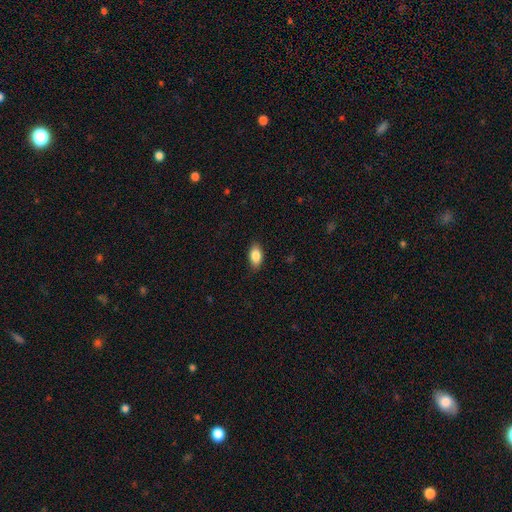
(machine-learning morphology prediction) Smooth or featured?
  - smooth: 85% *
  - featured or disk: 7%
  - star or artifact: 7%
How rounded?
  - in between: 90% *
  - round: 6%
  - cigar-shaped: 4%
Merging?
  - none: 84% *
  - minor disturbance: 12%
  - major disturbance: 3%
  - merger: 1%